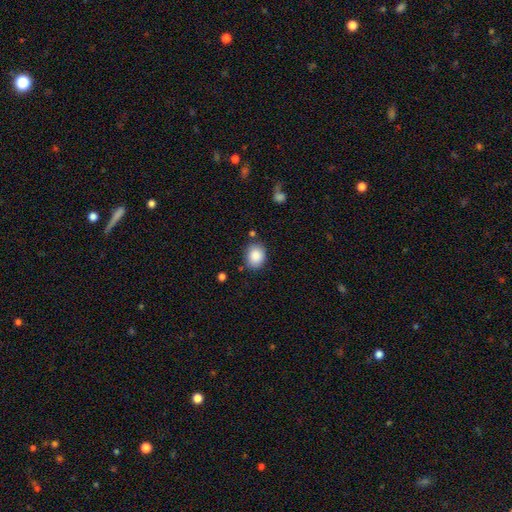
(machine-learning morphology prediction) Q: Smooth or featured?
A: smooth (87%); runner-up: star or artifact (8%)
Q: How rounded?
A: round (55%); runner-up: in between (44%)
Q: Merging?
A: none (78%); runner-up: minor disturbance (14%)